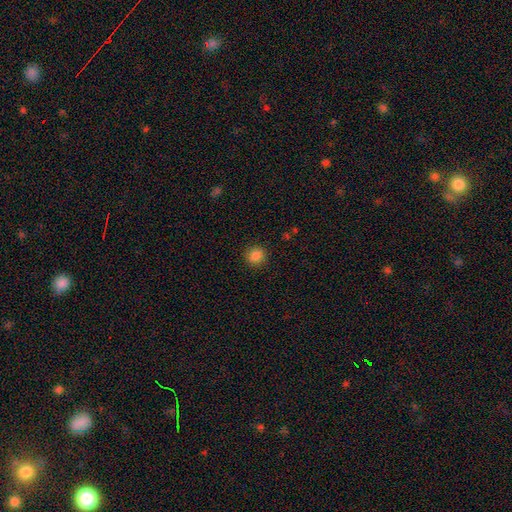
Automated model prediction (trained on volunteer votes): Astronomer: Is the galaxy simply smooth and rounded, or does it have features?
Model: smooth — 86%.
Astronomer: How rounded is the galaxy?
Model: round — 90%.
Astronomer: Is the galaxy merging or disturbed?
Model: none — 90%.